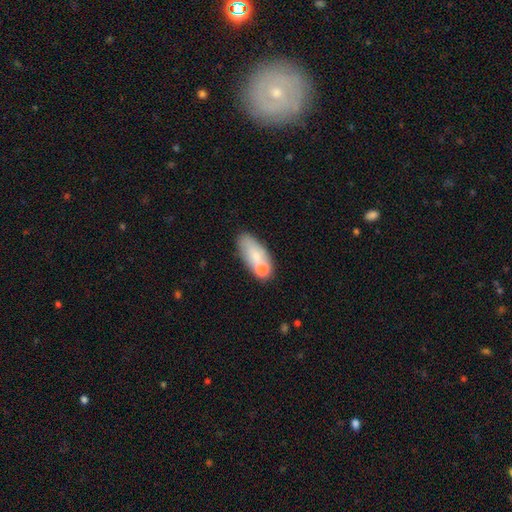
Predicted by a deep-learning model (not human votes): Morphology: type=smooth (68%); roundness=in between (83%); merging=none (51%).